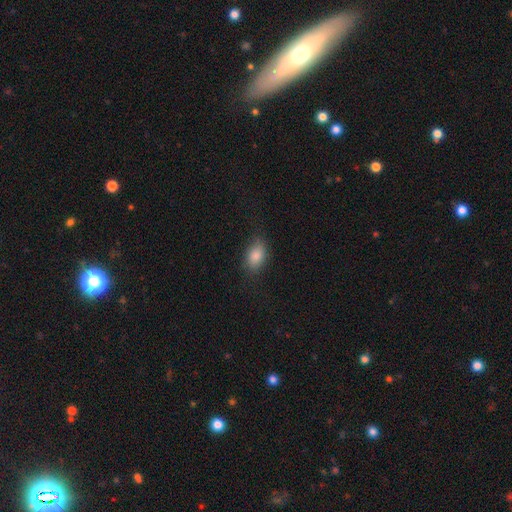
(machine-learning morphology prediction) Smooth or featured: smooth — 84% (featured or disk — 8%)
How rounded: in between — 88% (round — 8%)
Merging: none — 75% (minor disturbance — 19%)